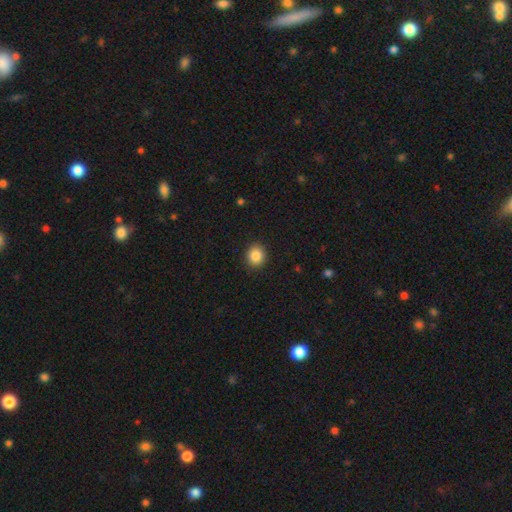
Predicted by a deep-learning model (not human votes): This is clearly a smooth galaxy (86%). How rounded: clearly round (81%). Merging: clearly none (91%).